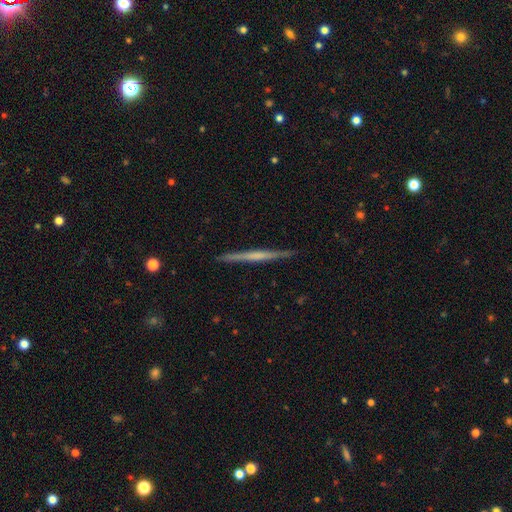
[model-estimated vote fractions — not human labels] Overall: featured or disk (65%; smooth 30%). Edge-on disk: yes (98%). Edge-on bulge: none (68%). Merging: none (91%).